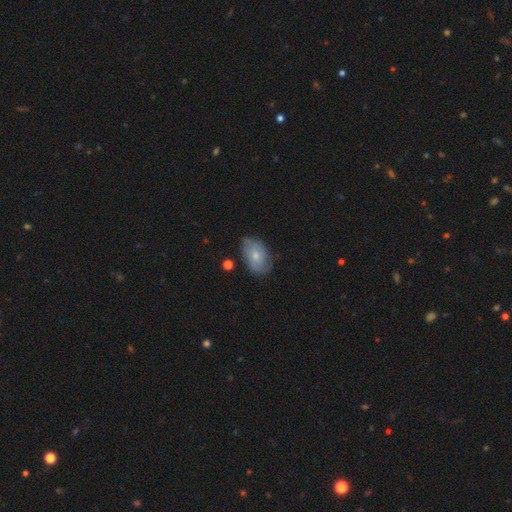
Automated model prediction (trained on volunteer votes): Smooth or featured? smooth (61%)
How rounded? in between (87%)
Merging? none (68%)